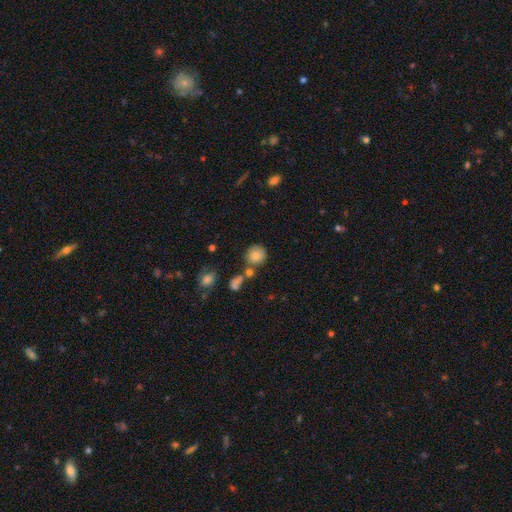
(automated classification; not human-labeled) Morphology: type=smooth (82%); roundness=round (87%); merging=none (63%).